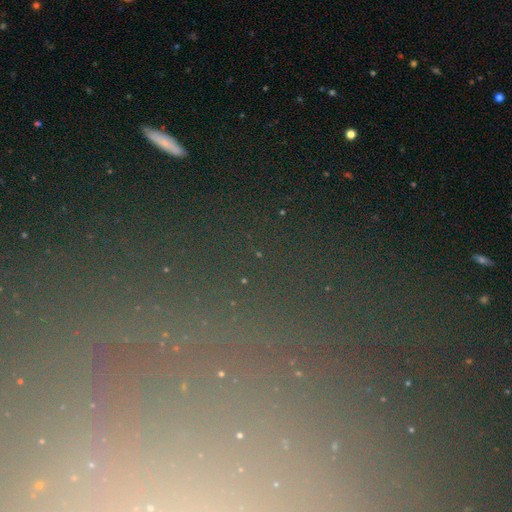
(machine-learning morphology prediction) A star or artifact, not a galaxy (63%).